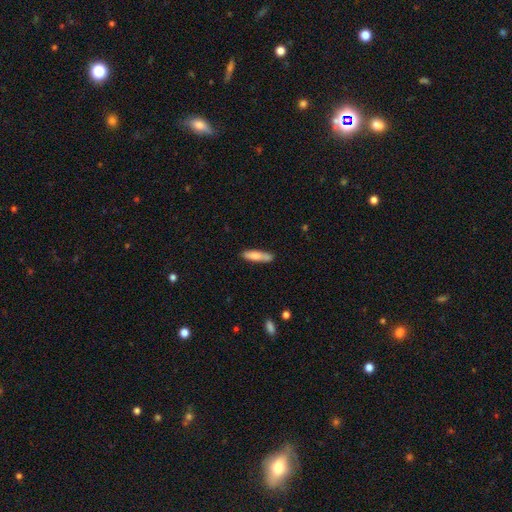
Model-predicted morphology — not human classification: smooth-or-featured: smooth: 74% | featured or disk: 20% | star or artifact: 6%
  how-rounded: cigar-shaped: 76% | in between: 22% | round: 2%
  merging: none: 79% | minor disturbance: 15% | merger: 3% | major disturbance: 3%